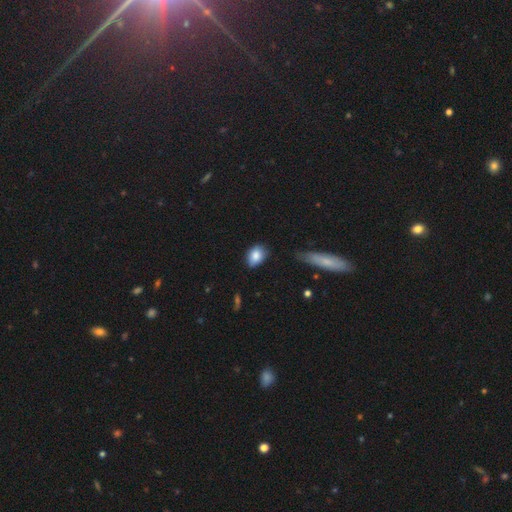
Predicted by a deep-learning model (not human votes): The model was most divided on "how rounded": in between: 76%, round: 22%, cigar-shaped: 2%. More confident: smooth or featured — smooth (85%); merging — none (74%).